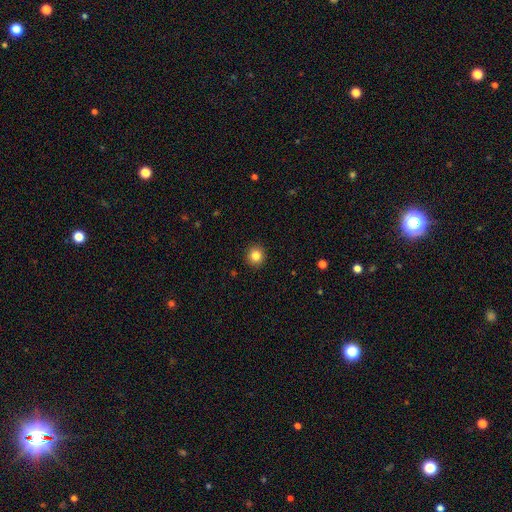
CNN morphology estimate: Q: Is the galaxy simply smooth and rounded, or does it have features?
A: smooth — 84%.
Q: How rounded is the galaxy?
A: round — 92%.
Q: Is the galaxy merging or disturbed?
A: none — 93%.